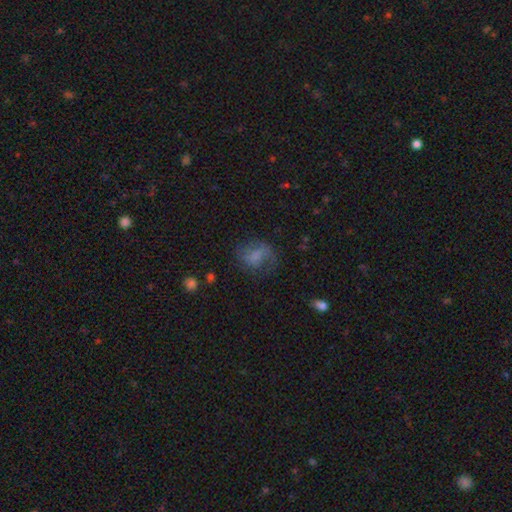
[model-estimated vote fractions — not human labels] A smooth galaxy with no disk features (52%) that is in between round and cigar-shaped (50%). Merging: none (51%).